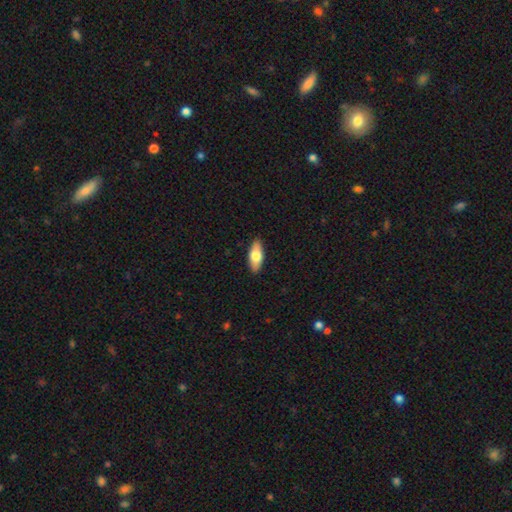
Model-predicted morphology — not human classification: Smooth or featured?
  - smooth: 73% *
  - featured or disk: 22%
  - star or artifact: 6%
How rounded?
  - in between: 81% *
  - cigar-shaped: 16%
  - round: 3%
Merging?
  - none: 89% *
  - minor disturbance: 8%
  - major disturbance: 2%
  - merger: 1%